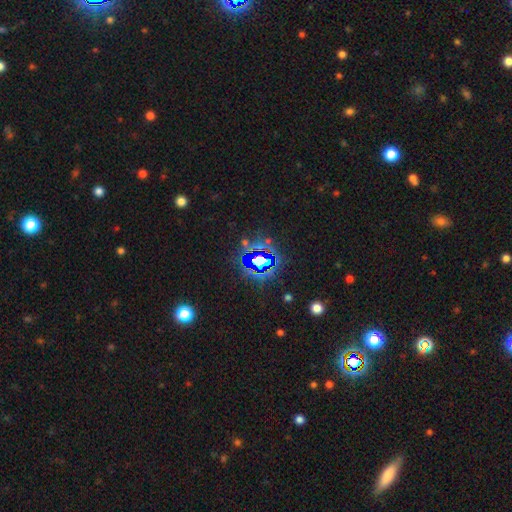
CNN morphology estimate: smooth_or_featured: star or artifact (p=0.81) [alt: smooth p=0.11]